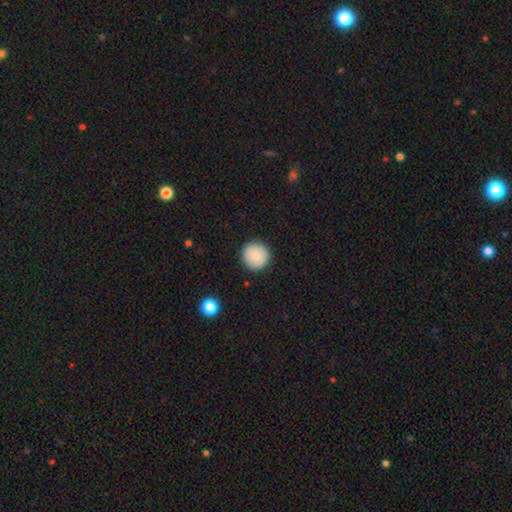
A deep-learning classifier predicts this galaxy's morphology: Q: Smooth or featured?
A: smooth (84%); runner-up: featured or disk (8%)
Q: How rounded?
A: round (96%); runner-up: in between (3%)
Q: Merging?
A: none (92%); runner-up: minor disturbance (6%)